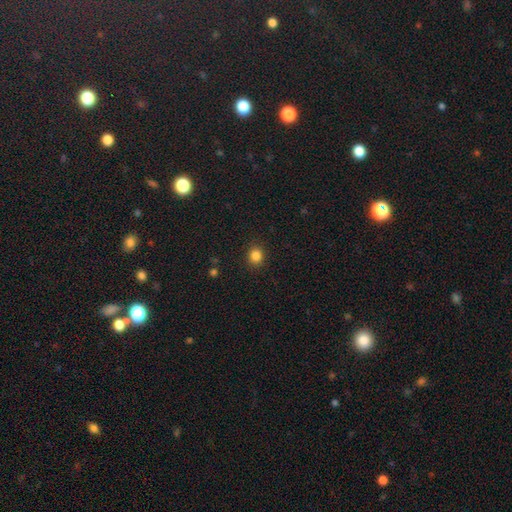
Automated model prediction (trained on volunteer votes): This is clearly a smooth galaxy (84%). How rounded: likely round (79%). Merging: clearly none (90%).